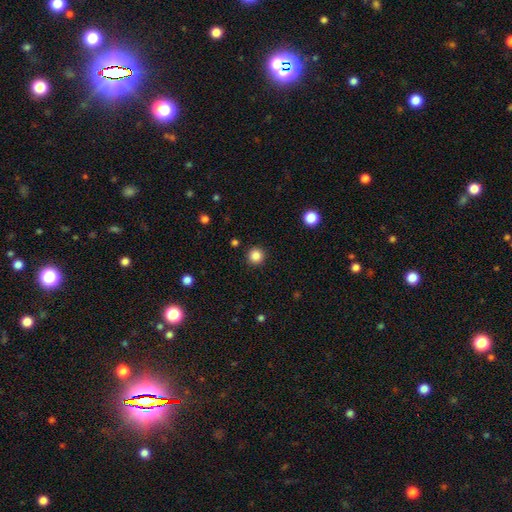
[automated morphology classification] The model was most divided on "smooth or featured": smooth: 85%, star or artifact: 11%, featured or disk: 3%. More confident: how rounded — round (96%); merging — none (92%).